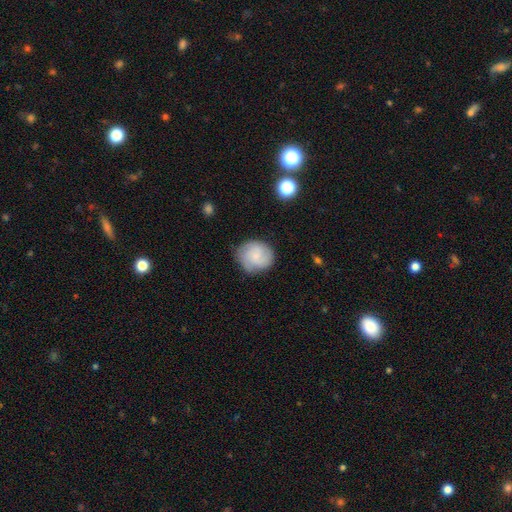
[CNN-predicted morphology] smooth_or_featured: smooth (p=0.56) [alt: featured or disk p=0.36]
how_rounded: round (p=0.83) [alt: in between p=0.16]
merging: none (p=0.74) [alt: minor disturbance p=0.19]